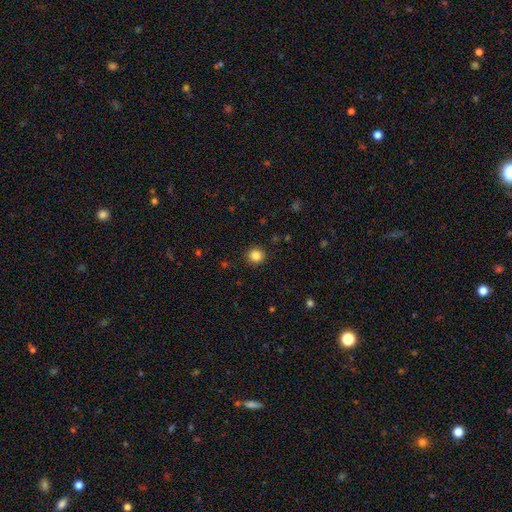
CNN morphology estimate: Smooth or featured: smooth — 85% (star or artifact — 11%)
How rounded: round — 91% (in between — 8%)
Merging: none — 92% (minor disturbance — 5%)